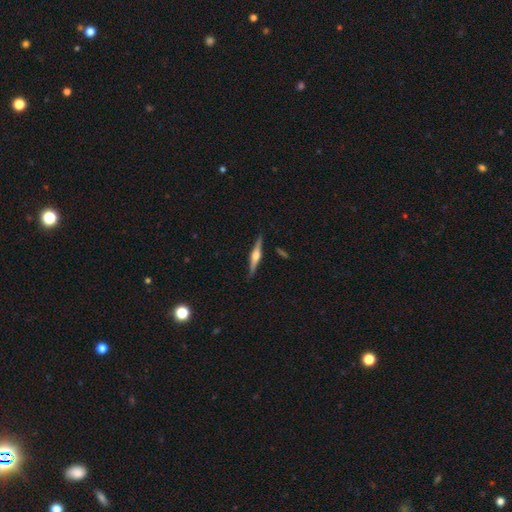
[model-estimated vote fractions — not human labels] A featured or disk galaxy (78%) viewed edge-on (98%) with a rounded central bulge (92%).

Vote fractions:
- Smooth or featured? featured or disk: 78% / smooth: 17% / star or artifact: 5%
- Edge-on disk? yes: 98% / no: 2%
- Edge-on bulge? rounded: 92% / boxy: 6% / none: 2%
- Merging? none: 90% / minor disturbance: 7% / major disturbance: 2% / merger: 1%